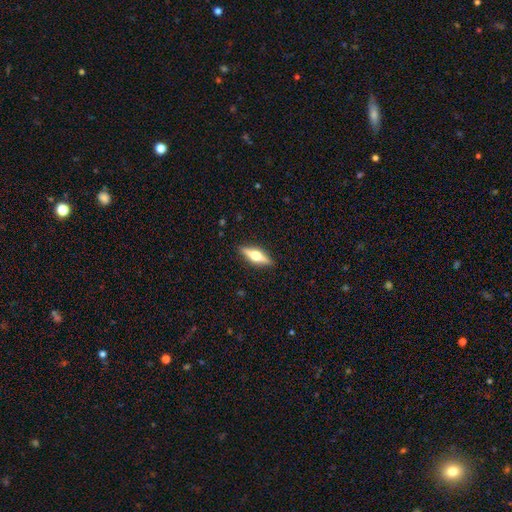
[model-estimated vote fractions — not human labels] Q: Smooth or featured?
A: featured or disk (58%); runner-up: smooth (36%)
Q: Edge-on disk?
A: yes (94%); runner-up: no (6%)
Q: Edge-on bulge?
A: rounded (96%); runner-up: boxy (3%)
Q: Merging?
A: none (90%); runner-up: minor disturbance (7%)